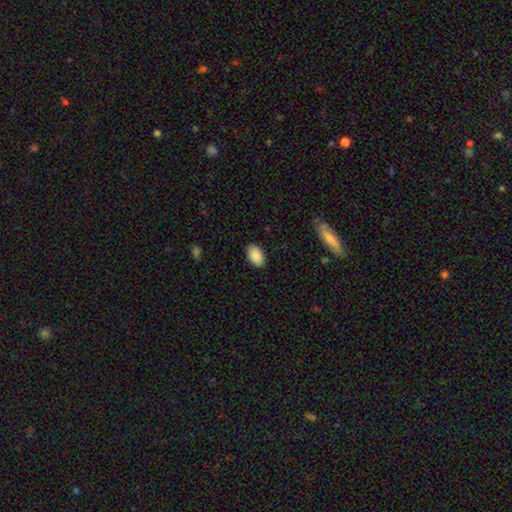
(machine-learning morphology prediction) type=smooth (90%); roundness=in between (93%); merging=none (87%).